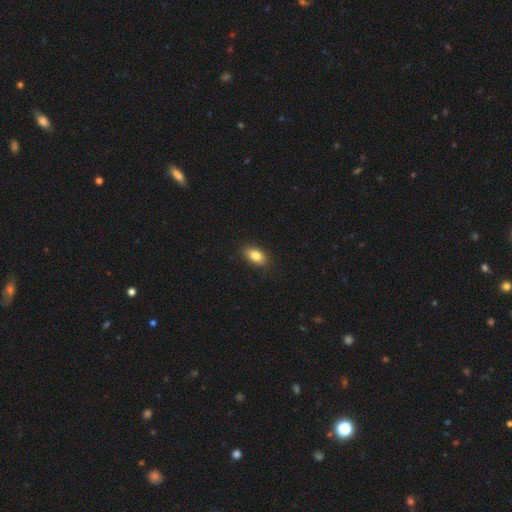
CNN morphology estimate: Q: Smooth or featured?
A: smooth (83%); runner-up: featured or disk (9%)
Q: How rounded?
A: in between (89%); runner-up: round (8%)
Q: Merging?
A: none (87%); runner-up: minor disturbance (10%)